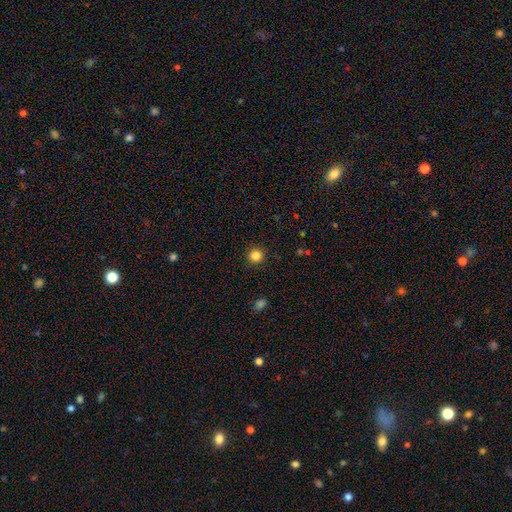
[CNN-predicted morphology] Overall: smooth (84%). How rounded: round (95%). Merging: none (92%).